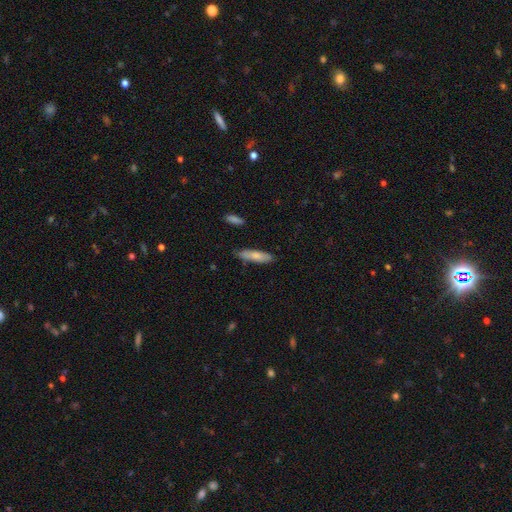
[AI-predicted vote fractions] A smooth galaxy with no disk features (75%) that is cigar-shaped (65%). Merging: none (77%).